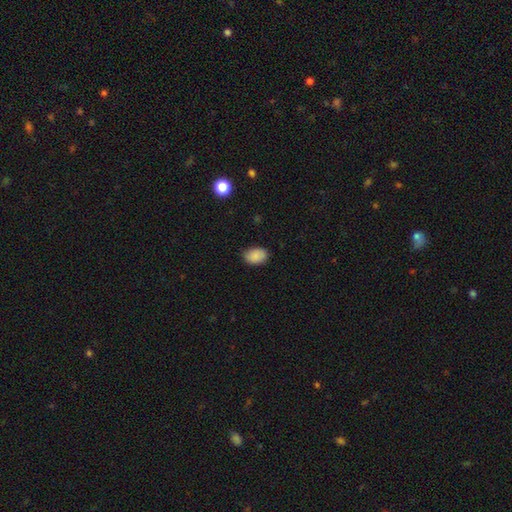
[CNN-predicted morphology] type=smooth (88%); roundness=in between (82%); merging=none (81%).